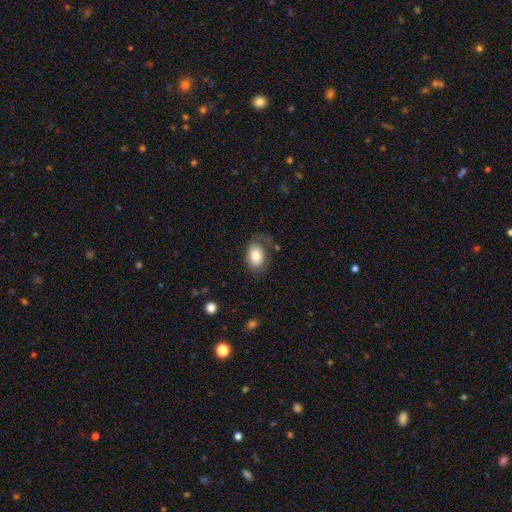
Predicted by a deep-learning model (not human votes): Overall: smooth (80%). How rounded: in between (81%). Merging: none (58%; minor disturbance 22%).